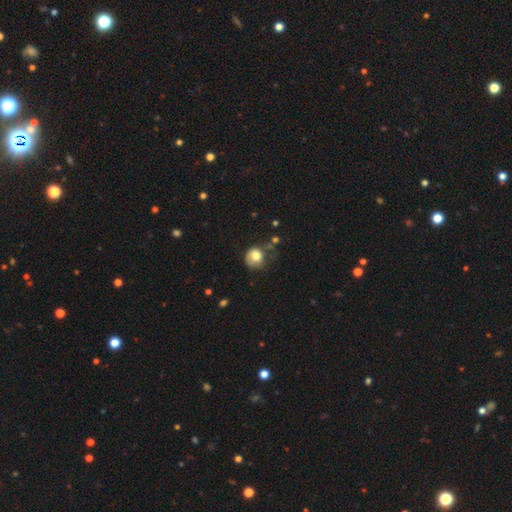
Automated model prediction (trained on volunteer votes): This appears to be a smooth galaxy with no disk features (75%) that is round (75%). Merging: none (42%).